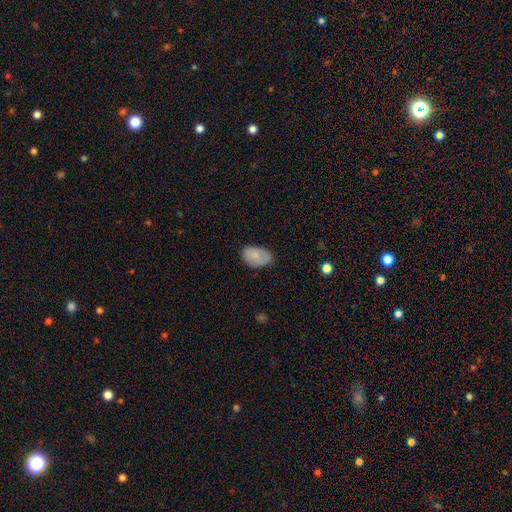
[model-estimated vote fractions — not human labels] A smooth galaxy with no disk features (82%) that is in between round and cigar-shaped (91%).

Vote fractions:
- Smooth or featured? smooth: 82% / featured or disk: 11% / star or artifact: 7%
- How rounded? in between: 91% / round: 8% / cigar-shaped: 1%
- Merging? none: 64% / minor disturbance: 29% / major disturbance: 6% / merger: 2%